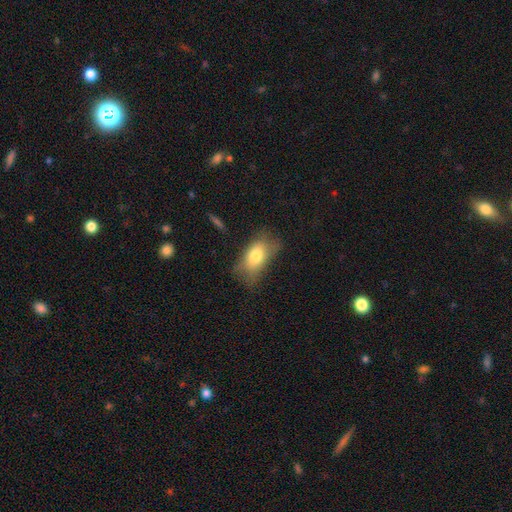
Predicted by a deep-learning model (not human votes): A smooth galaxy with no disk features (75%) that is in between round and cigar-shaped (88%).

Vote fractions:
- Smooth or featured? smooth: 75% / featured or disk: 17% / star or artifact: 8%
- How rounded? in between: 88% / round: 8% / cigar-shaped: 4%
- Merging? none: 53% / minor disturbance: 29% / major disturbance: 15% / merger: 2%